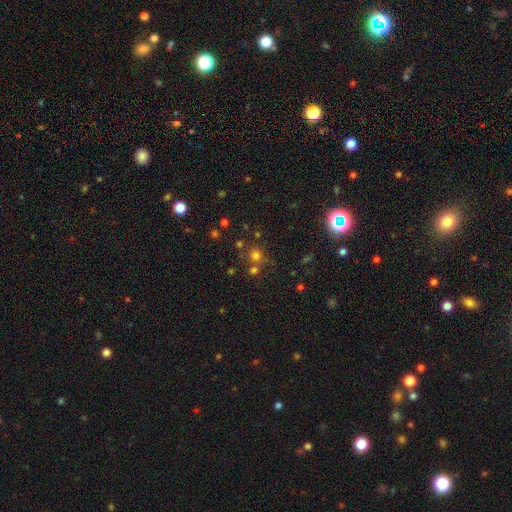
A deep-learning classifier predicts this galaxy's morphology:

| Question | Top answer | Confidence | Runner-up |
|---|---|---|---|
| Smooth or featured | smooth | 66% | star or artifact (25%) |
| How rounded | round | 89% | in between (10%) |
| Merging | none | 67% | merger (20%) |